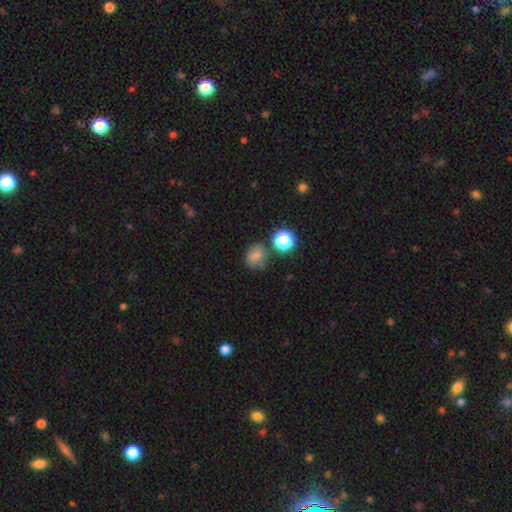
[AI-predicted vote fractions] smooth_or_featured: smooth (p=0.74) [alt: star or artifact p=0.16]
how_rounded: round (p=0.65) [alt: in between p=0.34]
merging: none (p=0.64) [alt: minor disturbance p=0.19]